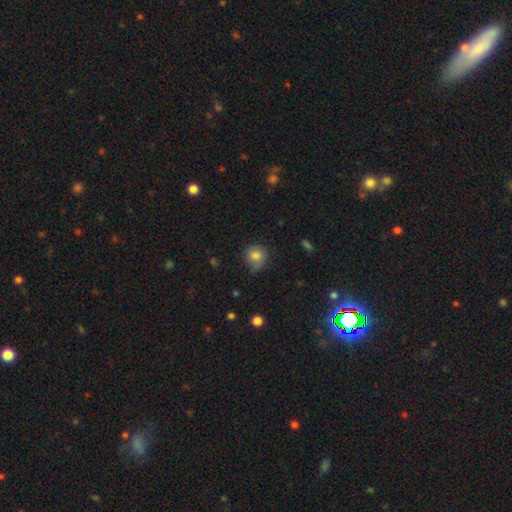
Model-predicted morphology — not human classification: type=smooth (81%); roundness=round (86%); merging=none (65%).